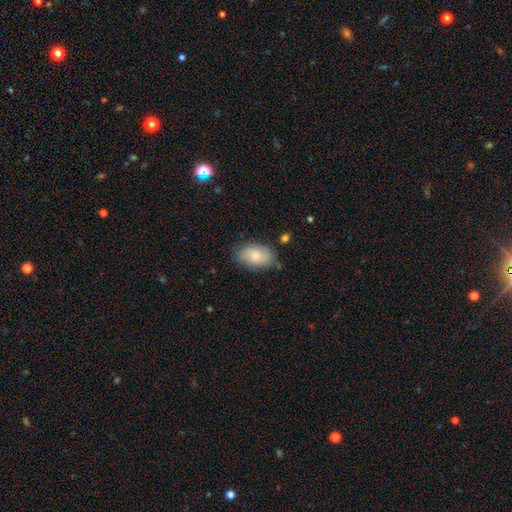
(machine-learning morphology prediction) type=smooth (73%); roundness=in between (90%); merging=none (72%).